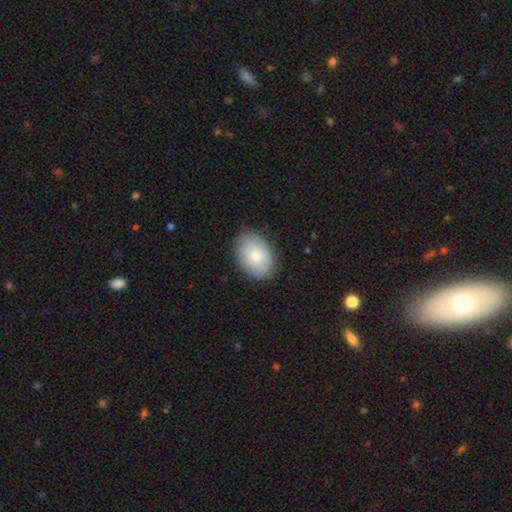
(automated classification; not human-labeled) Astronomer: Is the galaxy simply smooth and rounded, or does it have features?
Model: smooth — 78%.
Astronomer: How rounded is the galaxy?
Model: in between — 82%.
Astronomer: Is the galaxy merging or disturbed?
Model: none — 85%.